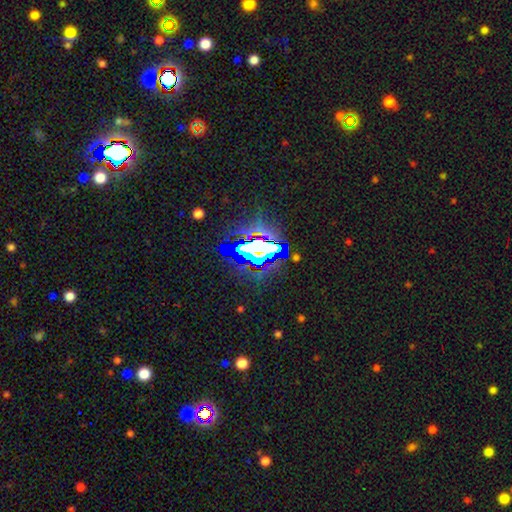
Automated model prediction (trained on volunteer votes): The model was most divided on "smooth or featured": star or artifact: 70%, featured or disk: 16%, smooth: 14%.